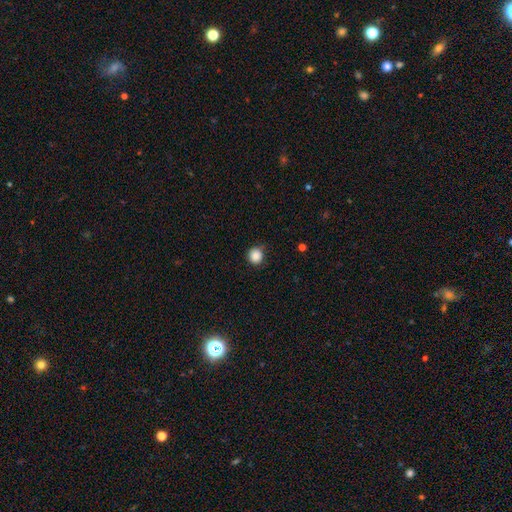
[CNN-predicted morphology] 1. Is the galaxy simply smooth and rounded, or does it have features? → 87% smooth, 10% star or artifact, 3% featured or disk.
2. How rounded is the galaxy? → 91% round, 8% in between, 1% cigar-shaped.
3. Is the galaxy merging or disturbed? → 85% none, 11% minor disturbance, 3% major disturbance, 1% merger.